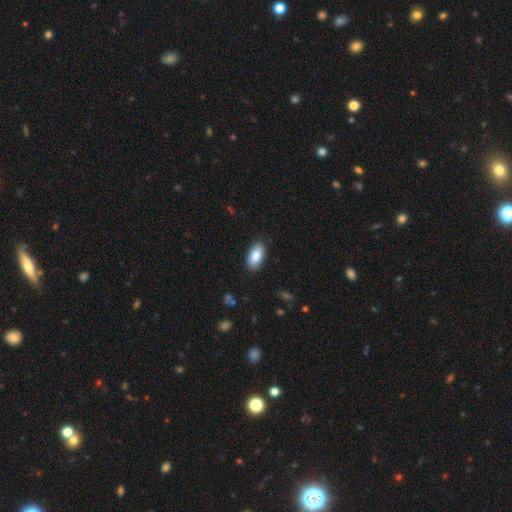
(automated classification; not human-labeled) Q: Smooth or featured?
A: smooth (85%); runner-up: featured or disk (8%)
Q: How rounded?
A: in between (93%); runner-up: cigar-shaped (4%)
Q: Merging?
A: none (87%); runner-up: minor disturbance (10%)